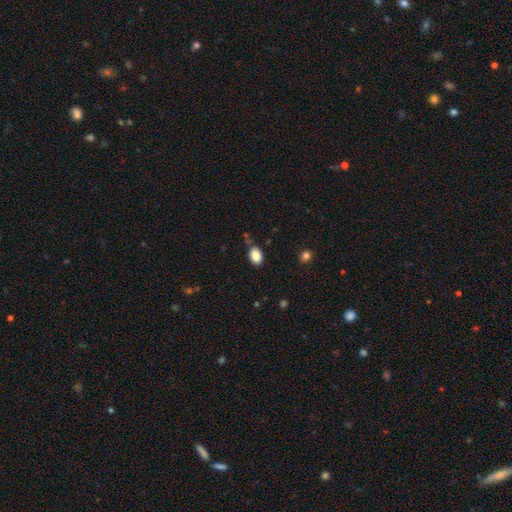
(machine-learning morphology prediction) The model was most divided on "merging": none: 78%, minor disturbance: 15%, merger: 4%, major disturbance: 3%. More confident: smooth or featured — smooth (88%); how rounded — in between (84%).